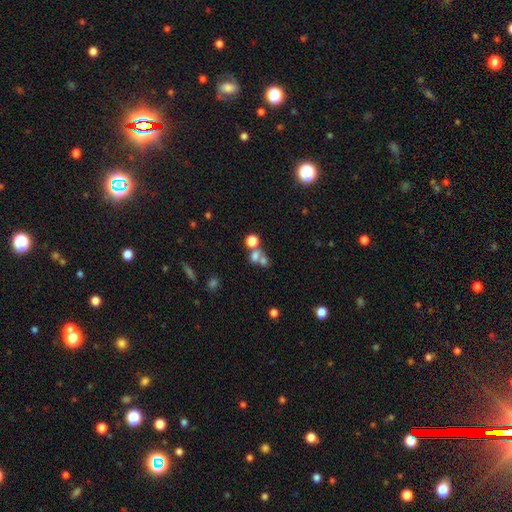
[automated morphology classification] Q: Smooth or featured?
A: smooth (62%); runner-up: star or artifact (22%)
Q: How rounded?
A: round (66%); runner-up: in between (32%)
Q: Merging?
A: merger (49%); runner-up: none (37%)